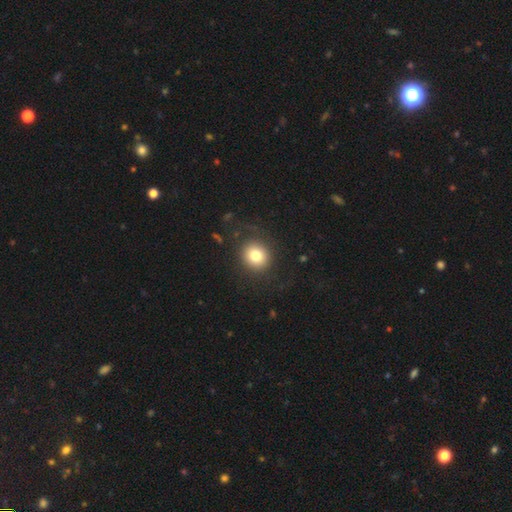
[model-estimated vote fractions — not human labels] Overall: smooth (79%). How rounded: round (85%). Merging: none (84%).